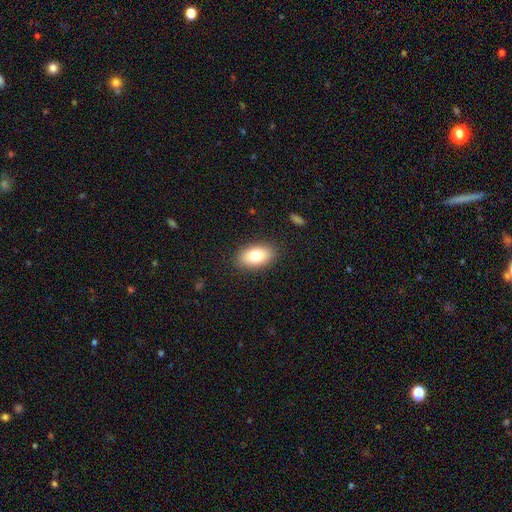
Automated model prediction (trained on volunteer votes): smooth_or_featured: smooth (p=0.78) [alt: featured or disk p=0.14]
how_rounded: in between (p=0.91) [alt: round p=0.07]
merging: none (p=0.87) [alt: minor disturbance p=0.09]